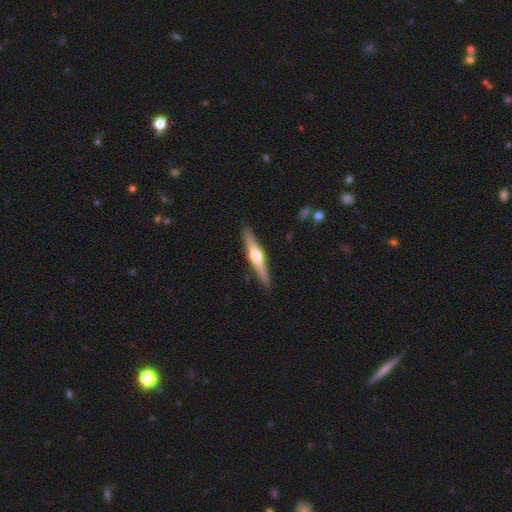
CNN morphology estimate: Smooth or featured? featured or disk (68%)
Edge-on disk? yes (97%)
Edge-on bulge? rounded (93%)
Merging? none (90%)